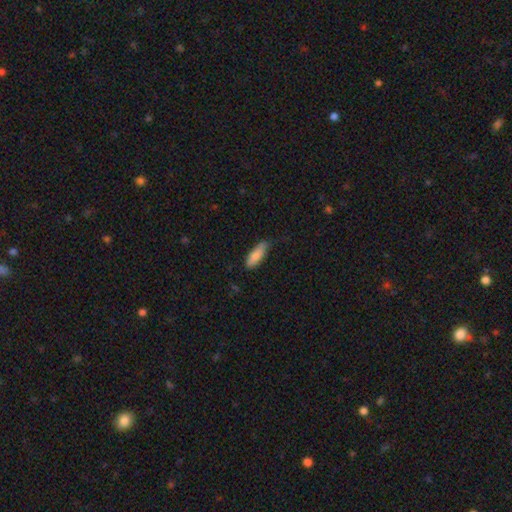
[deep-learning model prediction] Smooth or featured?
  - smooth: 84% *
  - featured or disk: 10%
  - star or artifact: 6%
How rounded?
  - in between: 58% *
  - cigar-shaped: 40%
  - round: 2%
Merging?
  - none: 70% *
  - minor disturbance: 24%
  - major disturbance: 4%
  - merger: 1%